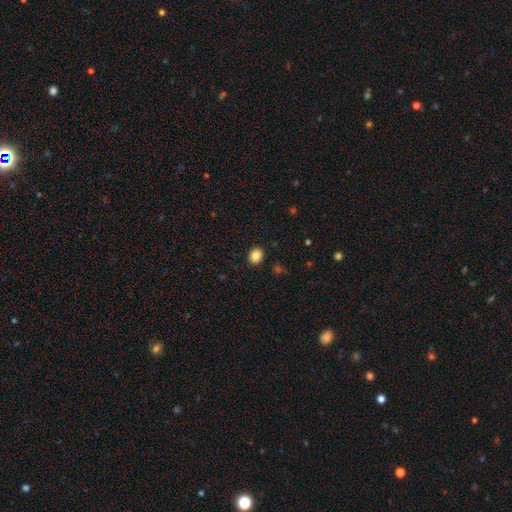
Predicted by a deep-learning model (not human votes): Smooth or featured? smooth (85%)
How rounded? round (57%)
Merging? none (90%)